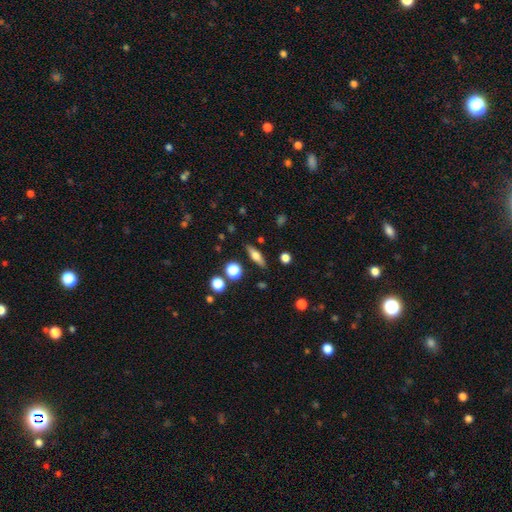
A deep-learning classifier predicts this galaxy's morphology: Smooth or featured?
  - smooth: 55% *
  - featured or disk: 36%
  - star or artifact: 9%
How rounded?
  - in between: 48% *
  - cigar-shaped: 45%
  - round: 7%
Merging?
  - none: 85% *
  - minor disturbance: 10%
  - merger: 3%
  - major disturbance: 3%